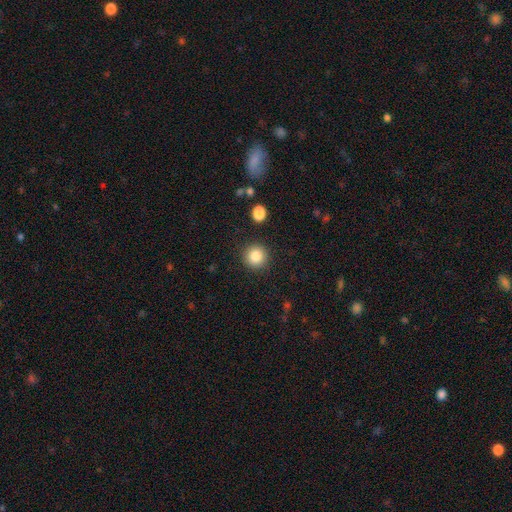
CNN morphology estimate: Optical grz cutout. It shows a smooth galaxy with no disk features (84%) that is round (93%). Merging: none (89%).